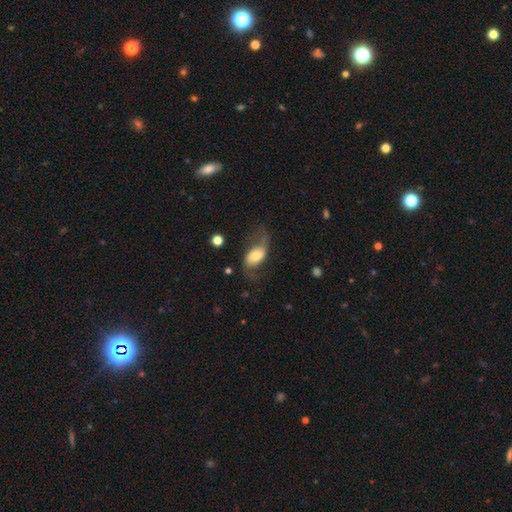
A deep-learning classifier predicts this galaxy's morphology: Smooth or featured: featured or disk — 59% (smooth — 34%)
Edge-on disk: no — 93% (yes — 7%)
Bar: no — 51% (weak — 32%)
Spiral arms: yes — 86% (no — 14%)
Bulge size: moderate — 51% (small — 25%)
Merging: none — 55% (minor disturbance — 21%)